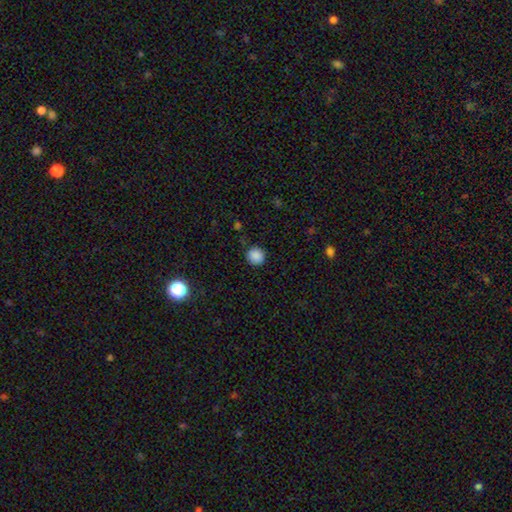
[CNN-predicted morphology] Overall: smooth (87%). How rounded: round (91%). Merging: none (88%).